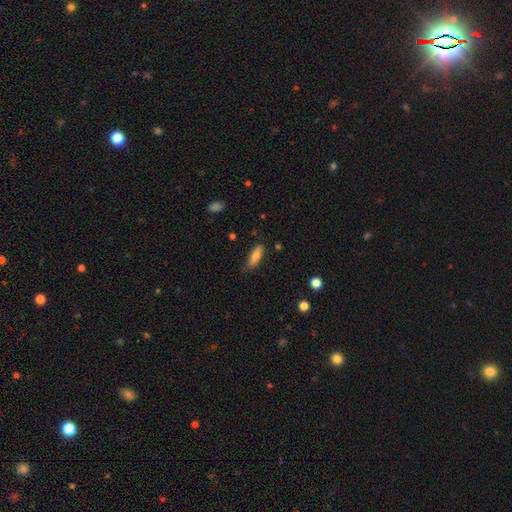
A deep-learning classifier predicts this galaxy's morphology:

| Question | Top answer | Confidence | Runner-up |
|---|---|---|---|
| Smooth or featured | smooth | 76% | featured or disk (17%) |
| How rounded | in between | 58% | cigar-shaped (40%) |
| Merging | none | 71% | minor disturbance (23%) |